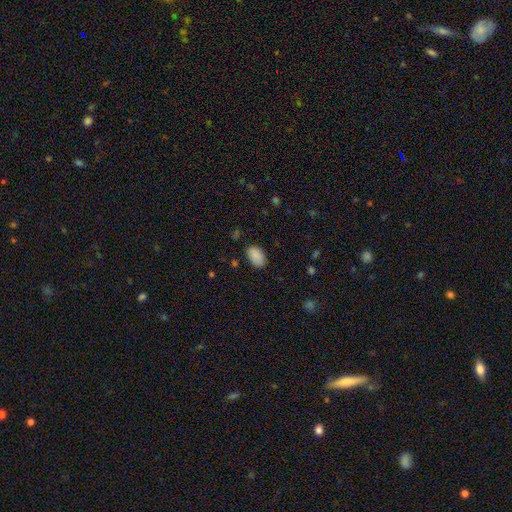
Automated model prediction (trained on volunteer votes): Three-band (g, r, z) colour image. It shows a smooth galaxy with no disk features (89%) that is in between round and cigar-shaped (93%). Merging: none (83%).